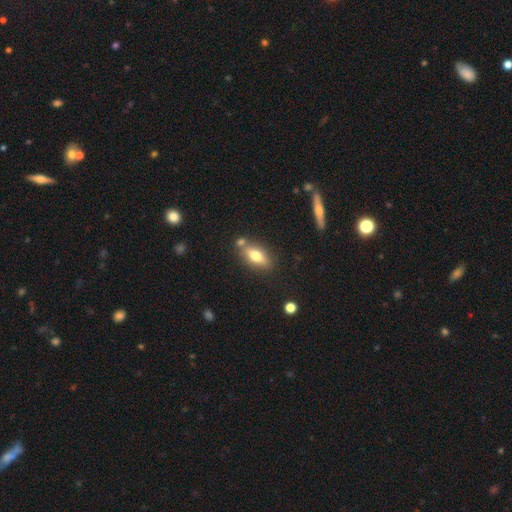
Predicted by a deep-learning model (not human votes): This appears to be a smooth galaxy with no disk features (65%) that is in between round and cigar-shaped (75%). Merging: none (71%).